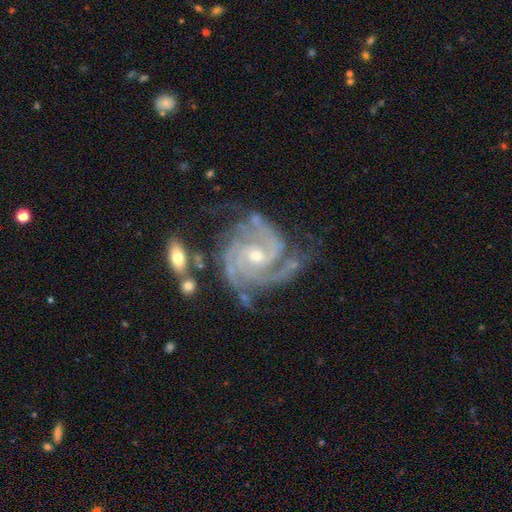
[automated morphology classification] This is clearly a featured or disk galaxy (93%). It is clearly not viewed edge-on (98%). Bar: possibly no (57%). Spiral arm pattern: clearly yes (99%). Spiral arm count: marginally 3 (42%). Spiral winding: likely tight (65%). Central bulge: possibly small (57%). Merging: likely none (61%).